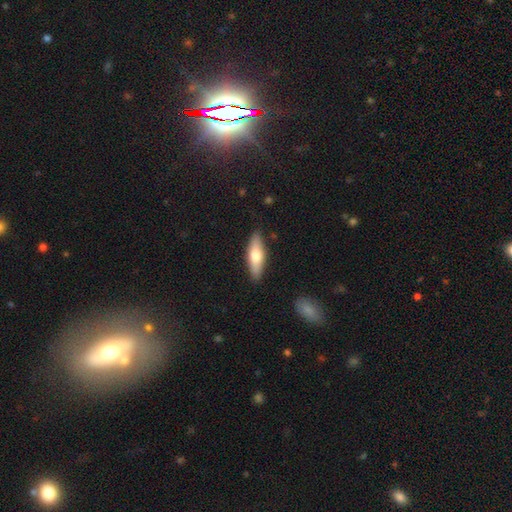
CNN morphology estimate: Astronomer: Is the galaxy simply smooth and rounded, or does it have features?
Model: smooth — 62%.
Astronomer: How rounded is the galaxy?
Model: in between — 49% (runner-up: cigar-shaped, 48%).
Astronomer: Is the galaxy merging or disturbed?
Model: none — 87%.